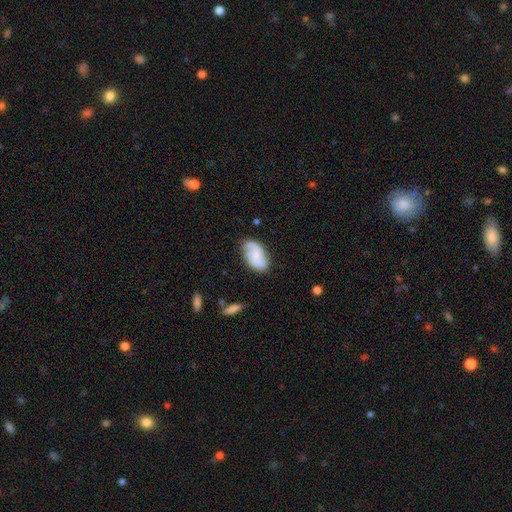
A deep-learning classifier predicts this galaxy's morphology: A featured or disk galaxy (63%) with no bar (57%), 2 (79%) medium (44%) spiral arms (92%) and a small central bulge (58%).

Vote fractions:
- Smooth or featured? featured or disk: 63% / smooth: 30% / star or artifact: 6%
- Edge-on disk? no: 96% / yes: 4%
- Bar? no: 57% / weak: 36% / strong: 7%
- Spiral arms? yes: 92% / no: 8%
- Spiral winding? medium: 44% / loose: 32% / tight: 25%
- Spiral arm count? 2: 79% / can't tell: 10% / 1: 5% / 3: 3% / 4: 1% / more than 4: 1%
- Bulge size? small: 58% / moderate: 24% / none: 15% / large: 2% / dominant: 1%
- Merging? none: 72% / minor disturbance: 20% / major disturbance: 6% / merger: 2%